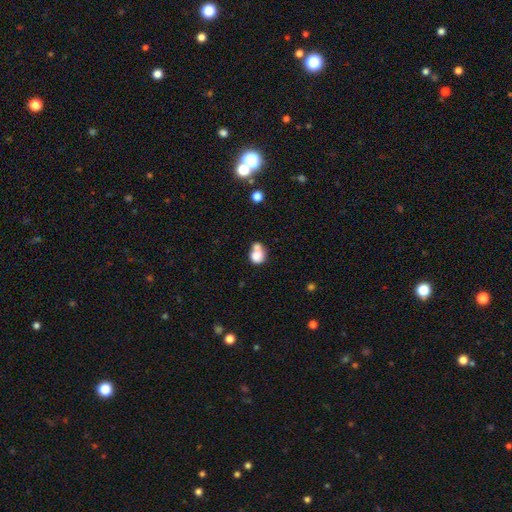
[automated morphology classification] smooth_or_featured: smooth (p=0.75) [alt: featured or disk p=0.16]
how_rounded: round (p=0.54) [alt: in between p=0.45]
merging: merger (p=0.58) [alt: none p=0.25]